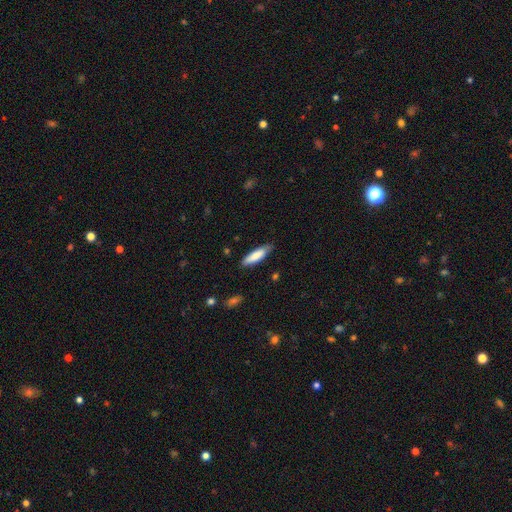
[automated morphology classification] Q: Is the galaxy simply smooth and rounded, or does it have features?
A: smooth — 82%.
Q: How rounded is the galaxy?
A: cigar-shaped — 62%.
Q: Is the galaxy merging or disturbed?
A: none — 83%.